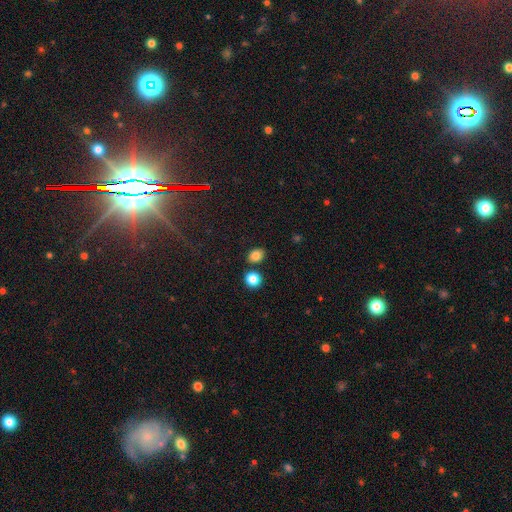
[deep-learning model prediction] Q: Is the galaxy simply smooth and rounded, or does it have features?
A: smooth — 82%.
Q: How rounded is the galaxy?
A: in between — 53%.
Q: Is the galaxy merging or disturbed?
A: none — 77%.